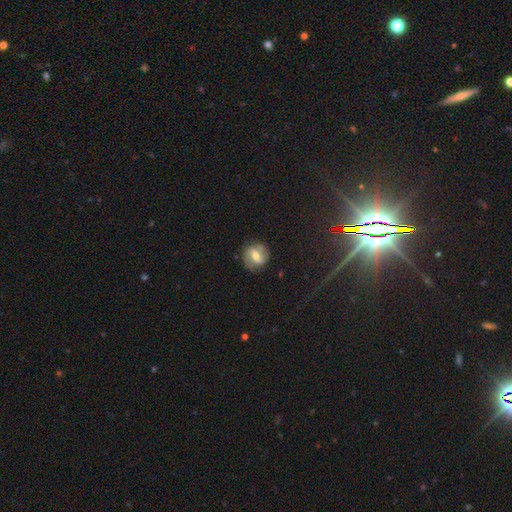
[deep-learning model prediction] A featured or disk galaxy (62%) with a weak bar (43%), spiral arms (81%) and a moderate central bulge (66%). Merging: none (81%).